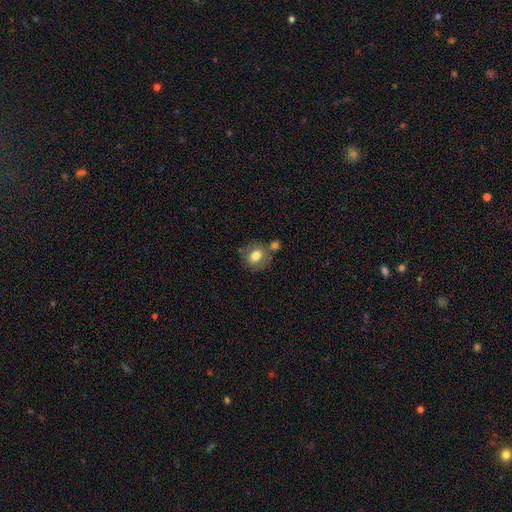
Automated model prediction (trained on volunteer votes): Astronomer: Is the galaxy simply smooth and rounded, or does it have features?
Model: smooth — 76%.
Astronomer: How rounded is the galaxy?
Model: round — 74%.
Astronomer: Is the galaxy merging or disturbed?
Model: none — 64%.